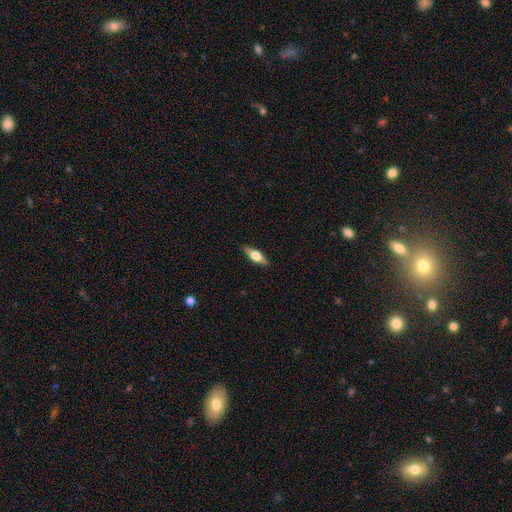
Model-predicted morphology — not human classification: smooth-or-featured: featured or disk: 53% | smooth: 40% | star or artifact: 7%
  disk-edge-on: yes: 94% | no: 6%
    edge-on-bulge: rounded: 92% | boxy: 6% | none: 2%
  merging: none: 88% | minor disturbance: 9% | major disturbance: 2% | merger: 1%